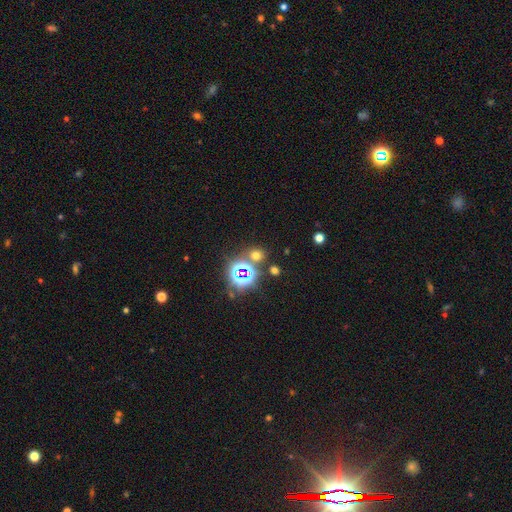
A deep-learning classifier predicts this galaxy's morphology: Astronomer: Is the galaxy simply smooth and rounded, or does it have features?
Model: smooth — 49% (runner-up: star or artifact, 43%).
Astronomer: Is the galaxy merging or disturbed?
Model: none — 75%.